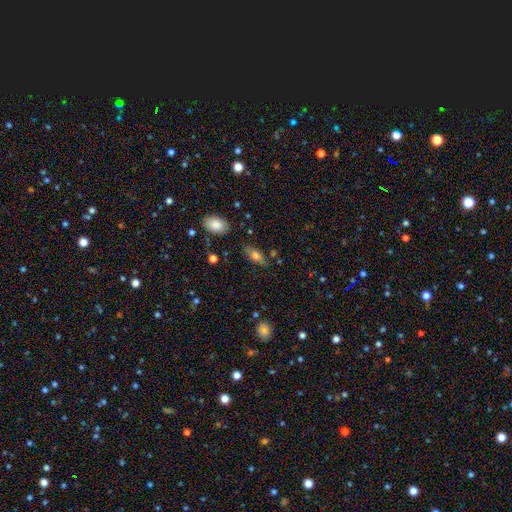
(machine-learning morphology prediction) type=smooth (70%); roundness=in between (80%); merging=none (74%).